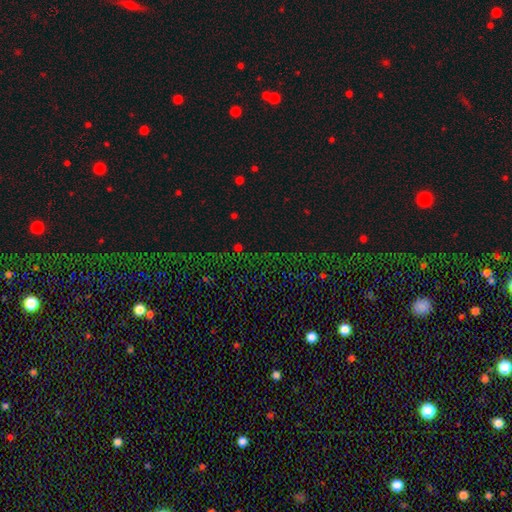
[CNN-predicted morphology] star or artifact 78%, smooth 12%, featured or disk 10%.